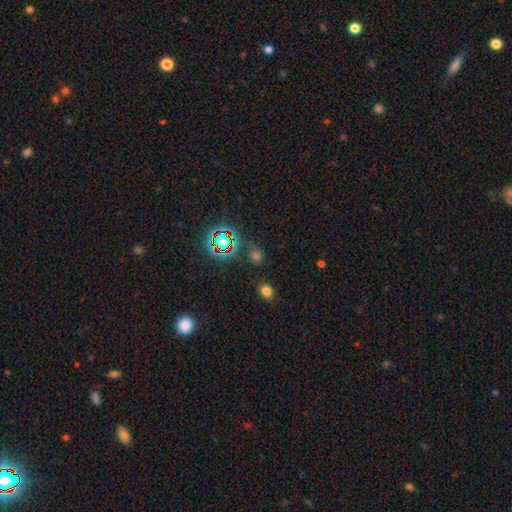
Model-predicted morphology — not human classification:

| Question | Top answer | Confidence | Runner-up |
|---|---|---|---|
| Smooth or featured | star or artifact | 47% | smooth (46%) |